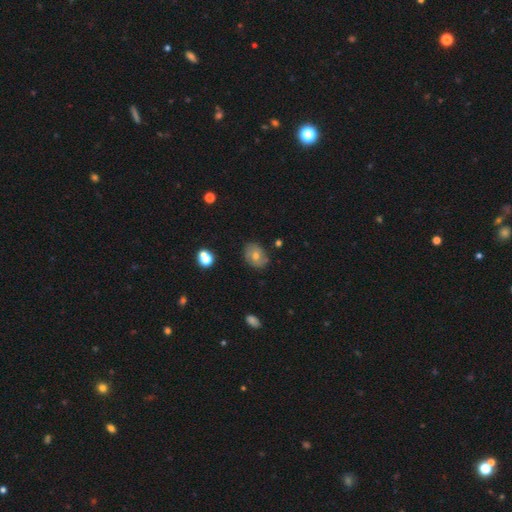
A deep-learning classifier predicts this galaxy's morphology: This appears to be a smooth galaxy with no disk features (50%) that is in between round and cigar-shaped (56%). Merging: none (78%).